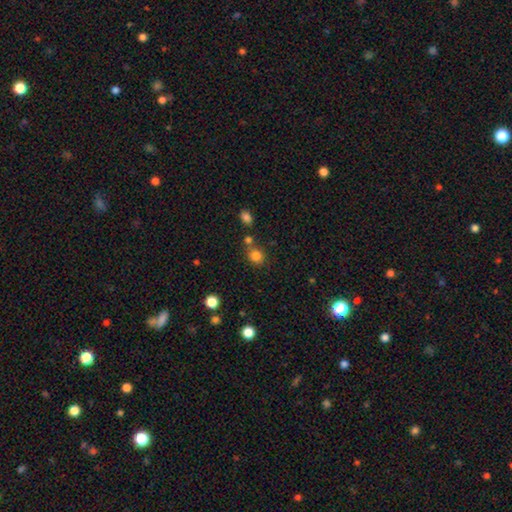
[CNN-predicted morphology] smooth 82%, star or artifact 13%, featured or disk 5%. Down the decision tree: how rounded — round (79%); merging — none (66%).